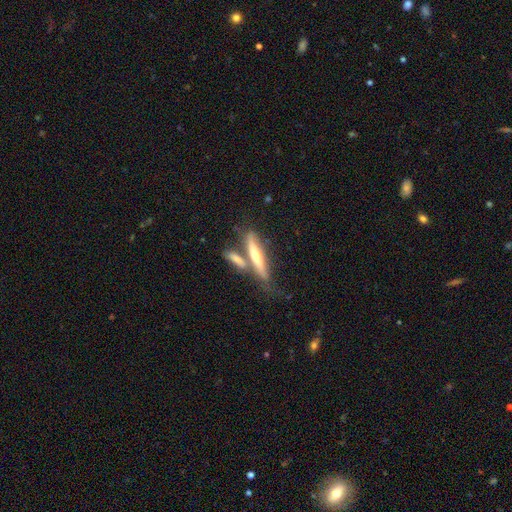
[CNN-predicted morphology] featured or disk 58%, smooth 36%, star or artifact 6%. Down the decision tree: edge-on disk — yes (87%); edge-on bulge — rounded (82%); merging — none (49%).